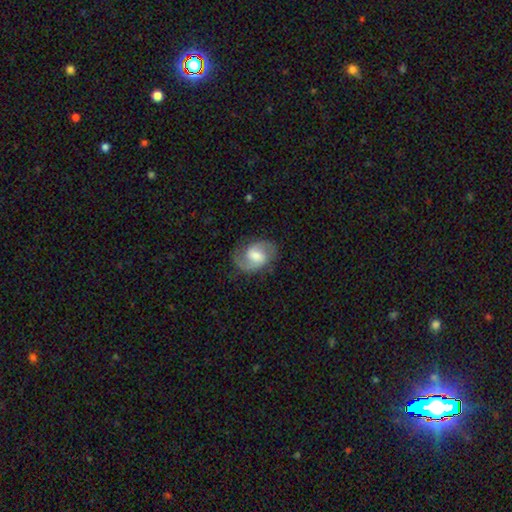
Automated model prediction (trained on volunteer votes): A featured or disk galaxy (80%) with a weak bar (57%), 2 (90%) medium (56%) spiral arms (95%) and a moderate central bulge (50%). Merging: none (77%).